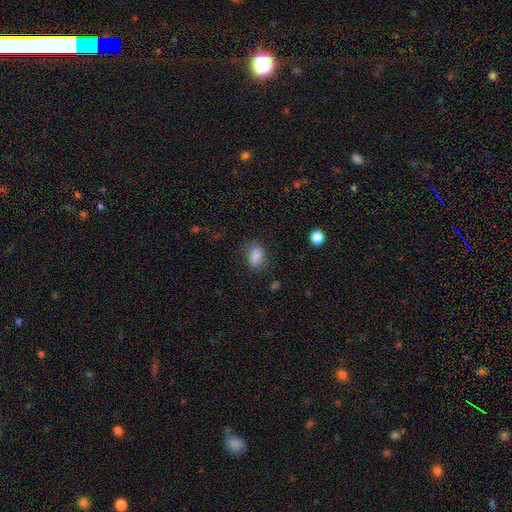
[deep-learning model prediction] Morphology: type=smooth (77%); roundness=in between (74%); merging=none (70%).